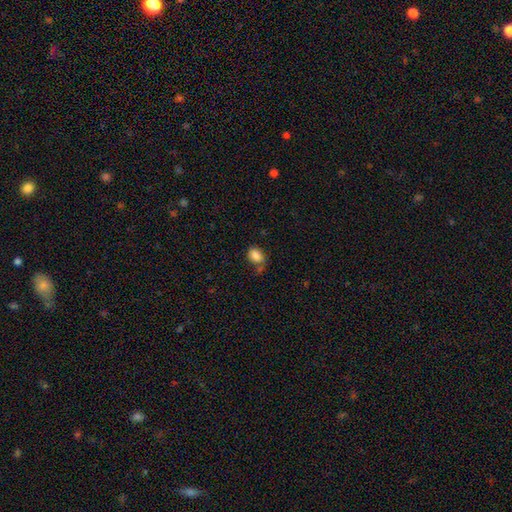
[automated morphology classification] This appears to be a smooth galaxy with no disk features (85%) that is in between round and cigar-shaped (77%). Merging: none (58%).